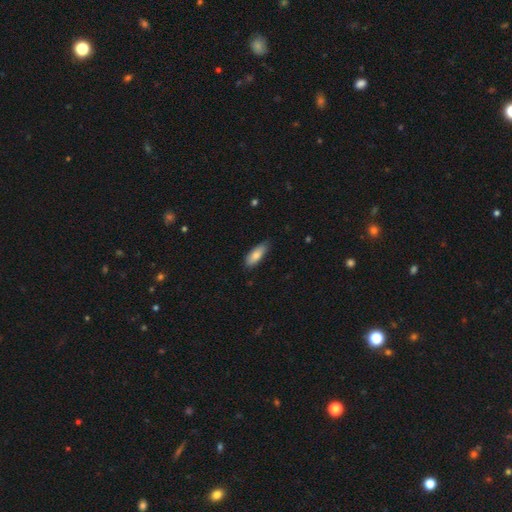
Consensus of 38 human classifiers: smooth_or_featured: smooth (p=0.95) [alt: featured or disk p=0.05]
how_rounded: in between (p=0.81) [alt: cigar-shaped p=0.19]
merging: none (p=0.71) [alt: minor disturbance p=0.26]